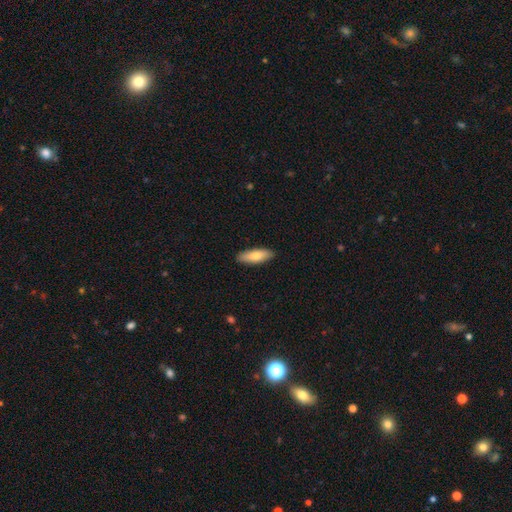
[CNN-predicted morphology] A smooth galaxy with no disk features (78%) that is in between round and cigar-shaped (59%). Merging: none (89%).